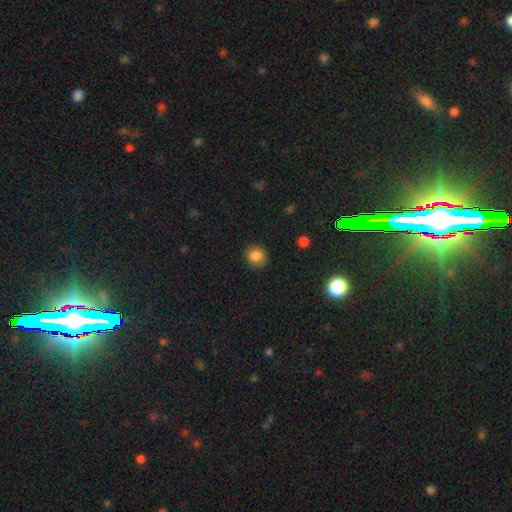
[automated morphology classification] A smooth galaxy with no disk features (84%) that is round (87%). Merging: none (89%).